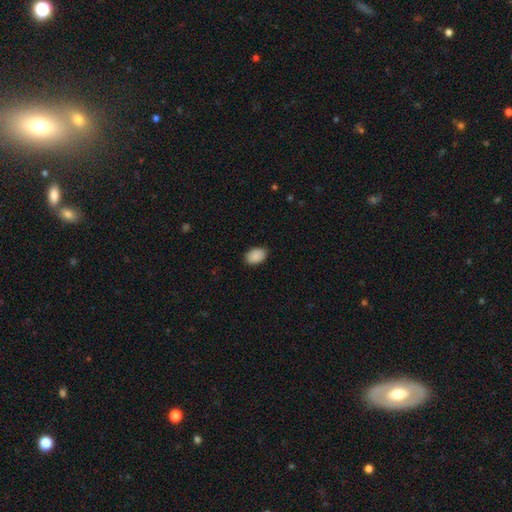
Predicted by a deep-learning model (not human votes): smooth_or_featured: smooth (p=0.90) [alt: star or artifact p=0.07]
how_rounded: in between (p=0.86) [alt: round p=0.13]
merging: none (p=0.87) [alt: minor disturbance p=0.10]